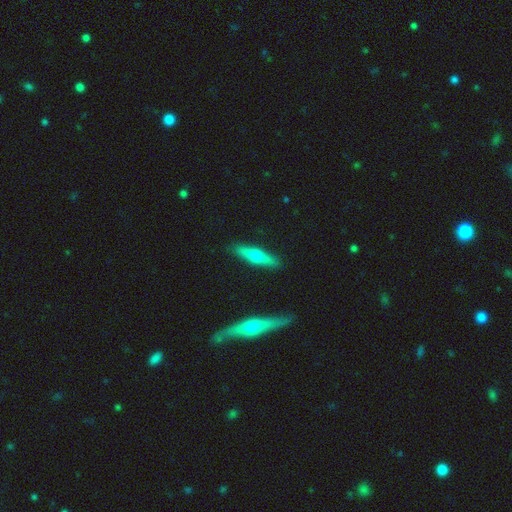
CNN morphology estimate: Overall: featured or disk (50%; smooth 44%). Edge-on disk: yes (93%). Merging: none (88%).